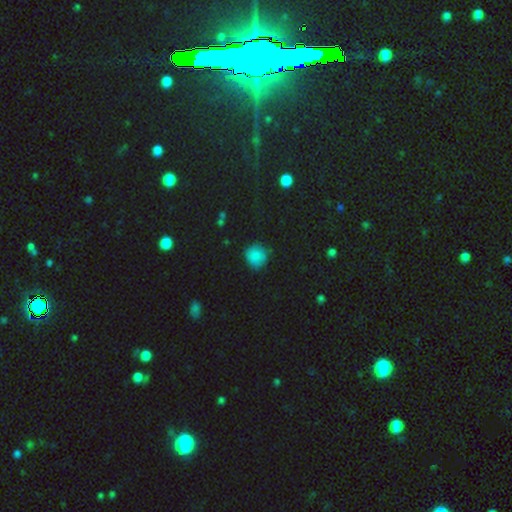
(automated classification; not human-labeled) Morphology: type=smooth (77%); roundness=round (88%); merging=none (80%).